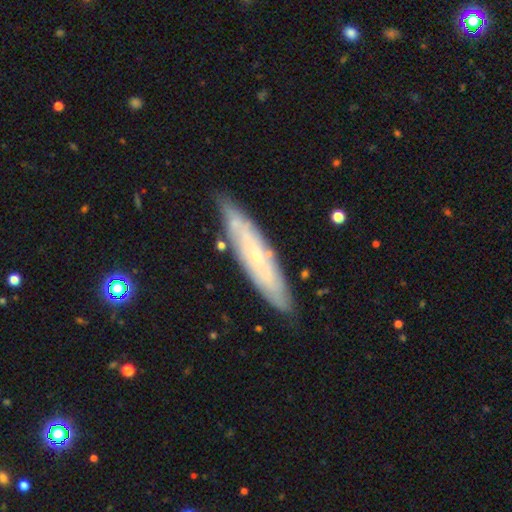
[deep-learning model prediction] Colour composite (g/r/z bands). It shows a featured or disk galaxy (61%). Merging: none (82%).